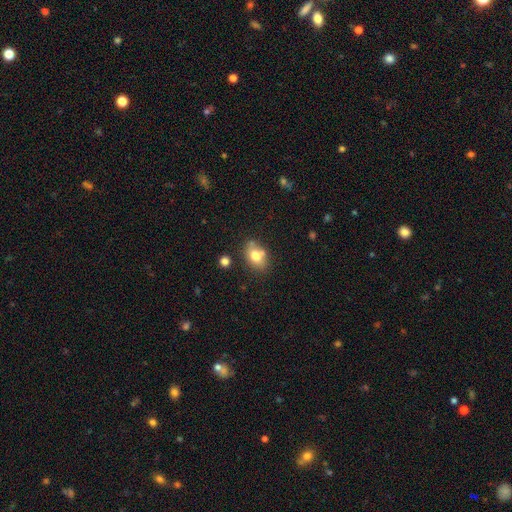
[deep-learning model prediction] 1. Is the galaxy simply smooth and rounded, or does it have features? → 74% smooth, 17% featured or disk, 10% star or artifact.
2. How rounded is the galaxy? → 73% in between, 25% round, 1% cigar-shaped.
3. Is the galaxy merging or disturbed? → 64% none, 17% minor disturbance, 16% merger, 4% major disturbance.